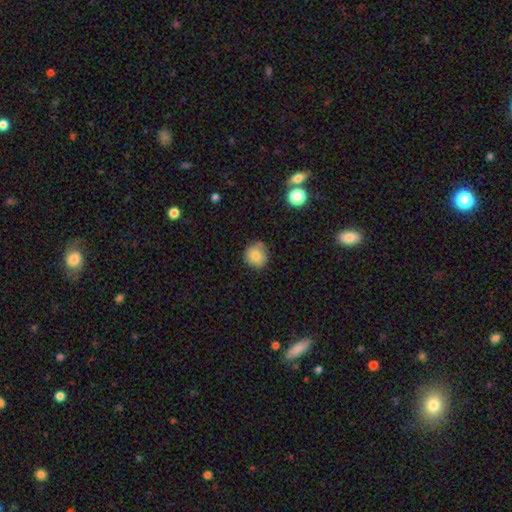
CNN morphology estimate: smooth_or_featured: smooth (p=0.79) [alt: star or artifact p=0.10]
how_rounded: round (p=0.91) [alt: in between p=0.08]
merging: none (p=0.77) [alt: minor disturbance p=0.17]